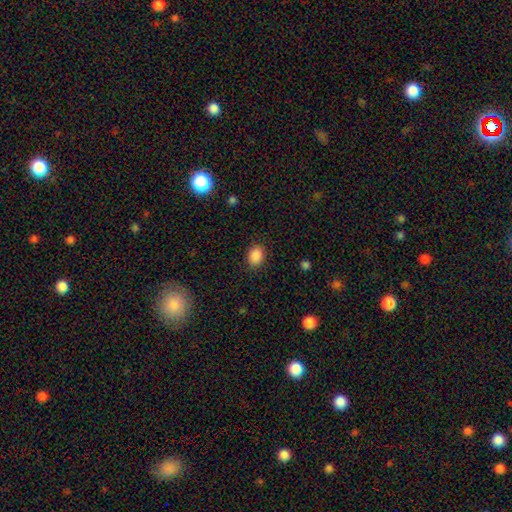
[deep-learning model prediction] smooth-or-featured: smooth: 88% | star or artifact: 9% | featured or disk: 3%
  how-rounded: in between: 66% | round: 33% | cigar-shaped: 1%
  merging: none: 87% | minor disturbance: 9% | major disturbance: 3% | merger: 1%